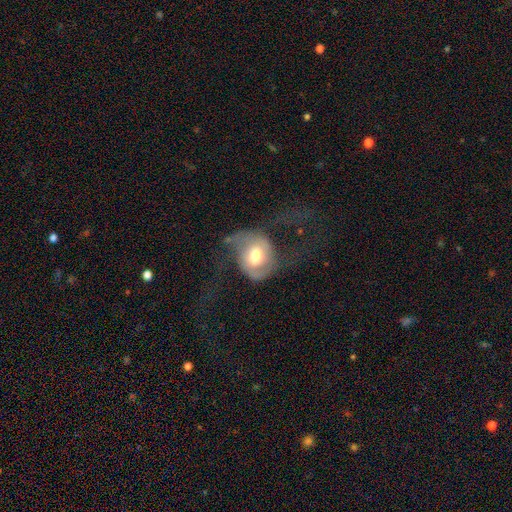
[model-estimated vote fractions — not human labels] The model was most divided on "merging": major disturbance: 42%, none: 34%, minor disturbance: 21%, merger: 3%. More confident: edge-on disk — no (96%); smooth or featured — featured or disk (51%).